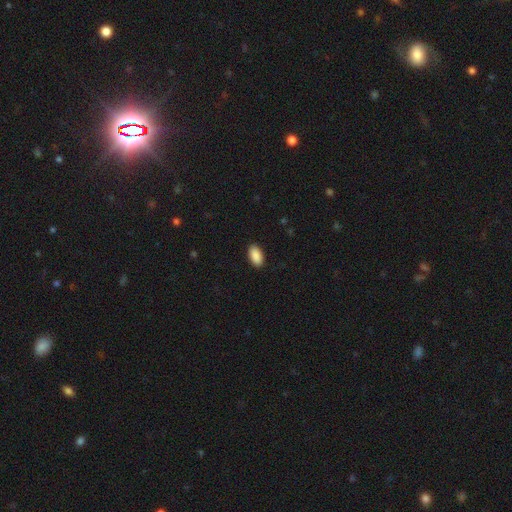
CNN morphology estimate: This is clearly a smooth galaxy (91%). How rounded: clearly in between (95%). Merging: clearly none (90%).